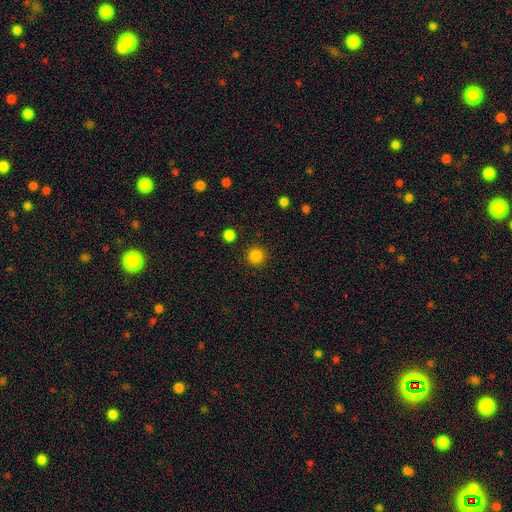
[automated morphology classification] Smooth or featured? Predicted: smooth (p=0.85). How rounded? Predicted: round (p=0.95). Merging? Predicted: none (p=0.91).